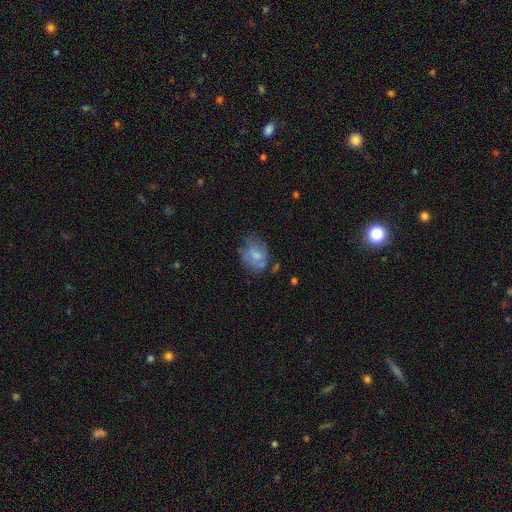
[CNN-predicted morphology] Smooth or featured: smooth — 66% (featured or disk — 26%)
How rounded: in between — 67% (round — 32%)
Merging: none — 49% (minor disturbance — 32%)